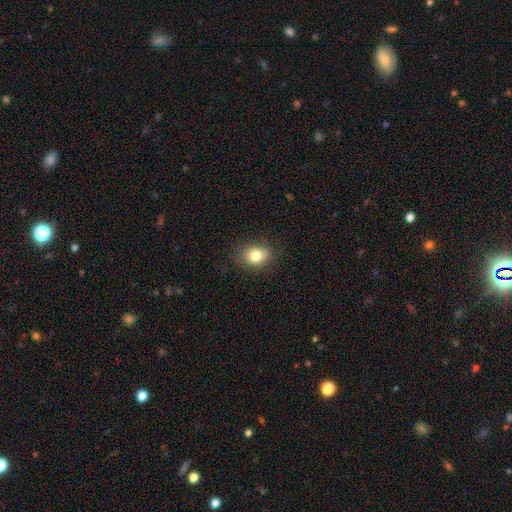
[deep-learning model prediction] smooth_or_featured: smooth (p=0.81) [alt: star or artifact p=0.10]
how_rounded: in between (p=0.51) [alt: round p=0.48]
merging: none (p=0.80) [alt: minor disturbance p=0.15]